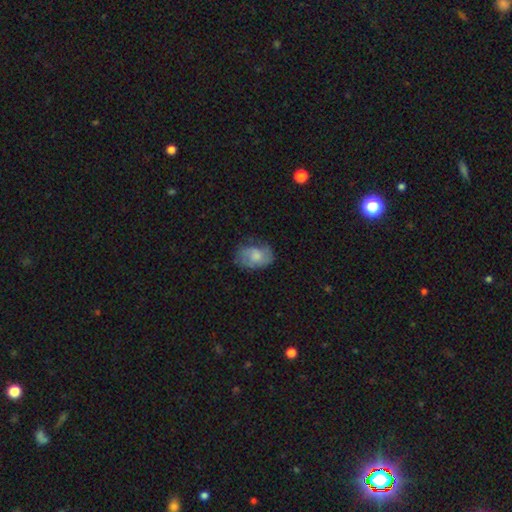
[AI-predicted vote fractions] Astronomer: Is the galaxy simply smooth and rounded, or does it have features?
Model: smooth — 62%.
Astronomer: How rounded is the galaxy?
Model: in between — 80%.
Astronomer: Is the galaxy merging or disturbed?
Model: none — 55%.